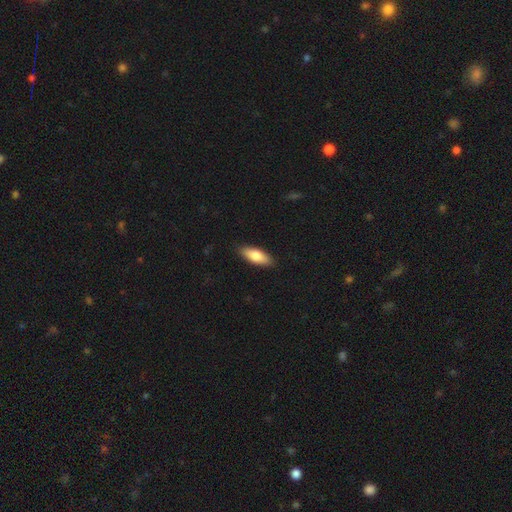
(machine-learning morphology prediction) This appears to be a smooth galaxy with no disk features (78%) that is in between round and cigar-shaped (70%). Merging: none (89%).